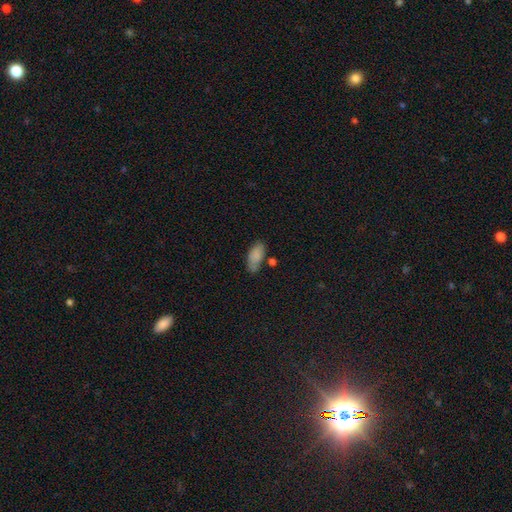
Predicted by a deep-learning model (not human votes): This is clearly a smooth galaxy (83%). How rounded: clearly in between (88%). Merging: possibly none (59%).